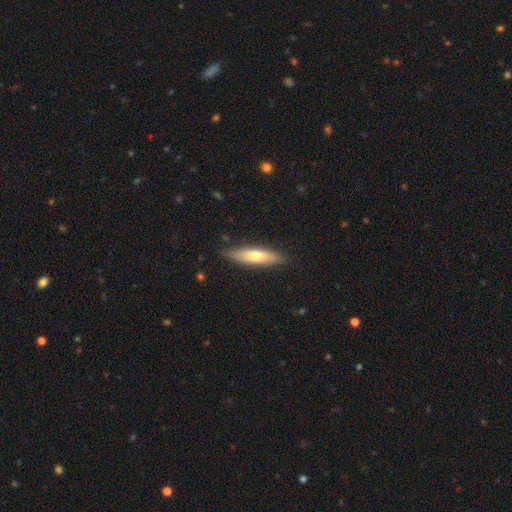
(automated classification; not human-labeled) A smooth galaxy with no disk features (62%) that is cigar-shaped (67%).

Vote fractions:
- Smooth or featured? smooth: 62% / featured or disk: 32% / star or artifact: 6%
- How rounded? cigar-shaped: 67% / in between: 31% / round: 2%
- Merging? none: 84% / minor disturbance: 13% / major disturbance: 2% / merger: 1%